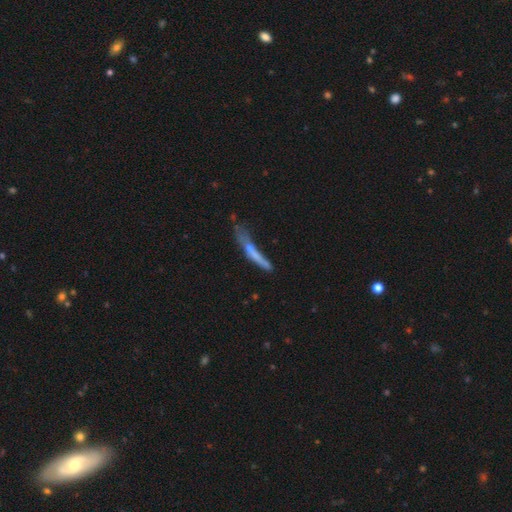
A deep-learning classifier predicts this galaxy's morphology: This is possibly a smooth galaxy (51%). How rounded: clearly cigar-shaped (92%). Merging: possibly none (49%).